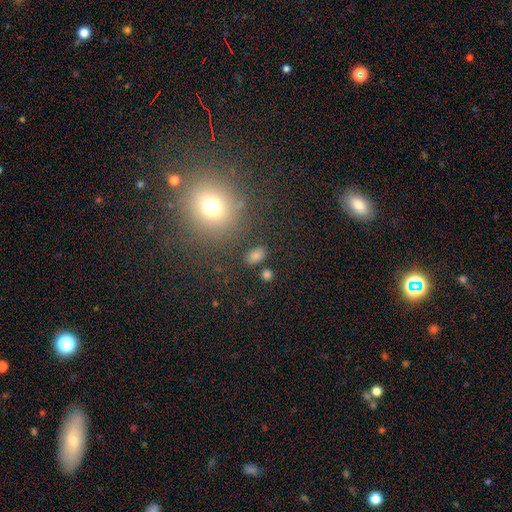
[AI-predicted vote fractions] Smooth or featured? Predicted: smooth (p=0.59). How rounded? Predicted: round (p=0.48, tied with in between). Merging? Predicted: none (p=0.79).